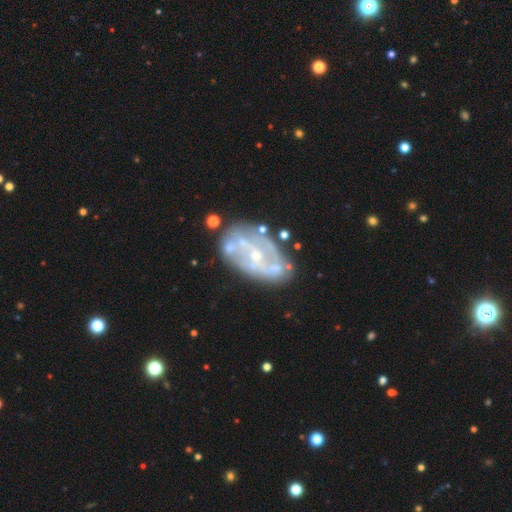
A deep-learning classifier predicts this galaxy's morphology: type=featured or disk (79%); edge-on=no (96%); bar=no (61%); spiral arms=yes (52%); bulge=small (70%); merging=none (59%).